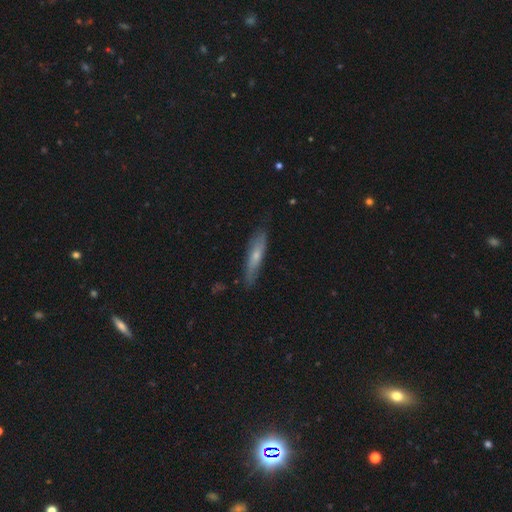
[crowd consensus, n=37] Overall: smooth (57%; featured or disk 41%). How rounded: cigar-shaped (81%). Merging: none (78%).